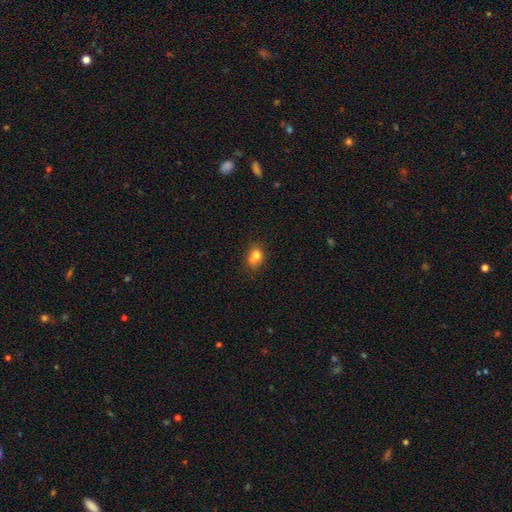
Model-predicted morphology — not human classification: A smooth galaxy with no disk features (72%) that is round (51%).

Vote fractions:
- Smooth or featured? smooth: 72% / featured or disk: 16% / star or artifact: 12%
- How rounded? round: 51% / in between: 48% / cigar-shaped: 1%
- Merging? merger: 47% / none: 36% / minor disturbance: 12% / major disturbance: 5%